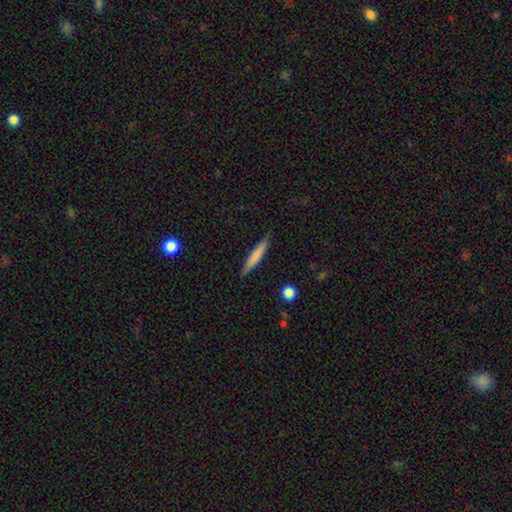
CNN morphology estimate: smooth_or_featured: smooth (p=0.70) [alt: featured or disk p=0.24]
how_rounded: cigar-shaped (p=0.93) [alt: in between p=0.05]
merging: none (p=0.87) [alt: minor disturbance p=0.10]